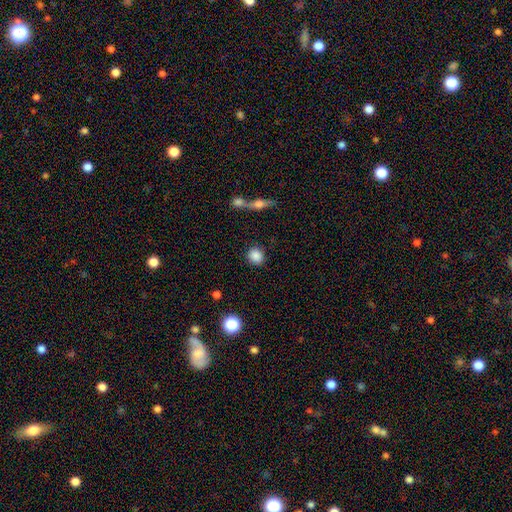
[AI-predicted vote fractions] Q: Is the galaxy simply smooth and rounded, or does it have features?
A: smooth — 86%.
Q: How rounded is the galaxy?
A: round — 81%.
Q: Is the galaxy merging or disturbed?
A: none — 85%.